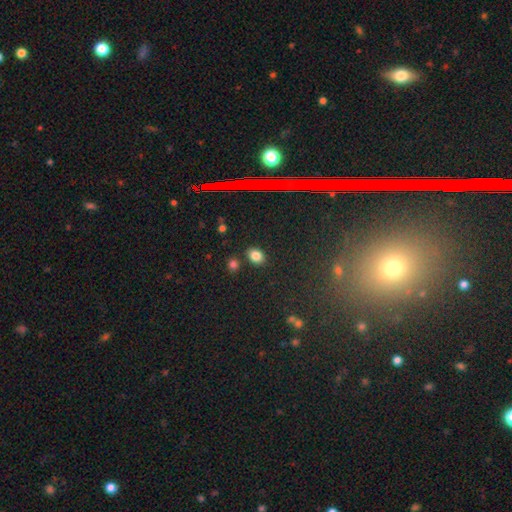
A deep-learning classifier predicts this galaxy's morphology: Smooth or featured?
  - smooth: 80% *
  - star or artifact: 13%
  - featured or disk: 6%
How rounded?
  - in between: 55% *
  - round: 44%
  - cigar-shaped: 1%
Merging?
  - none: 83% *
  - minor disturbance: 9%
  - merger: 6%
  - major disturbance: 3%